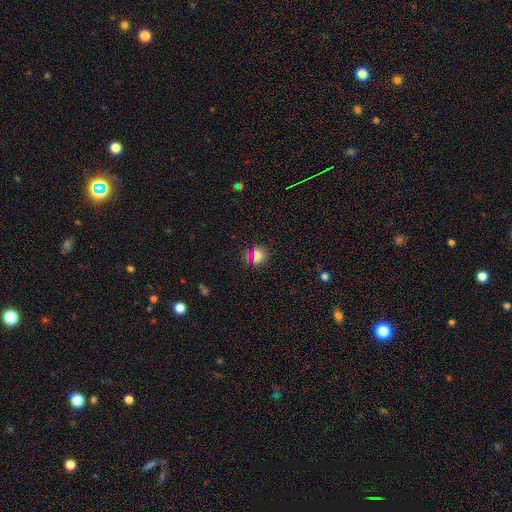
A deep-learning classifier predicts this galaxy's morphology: smooth 72%, star or artifact 21%, featured or disk 8%. Down the decision tree: how rounded — round (82%); merging — none (84%).